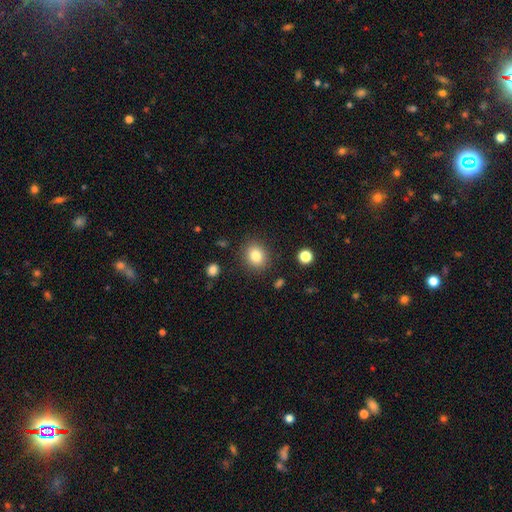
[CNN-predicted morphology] Smooth or featured? smooth (82%)
How rounded? round (69%)
Merging? none (86%)